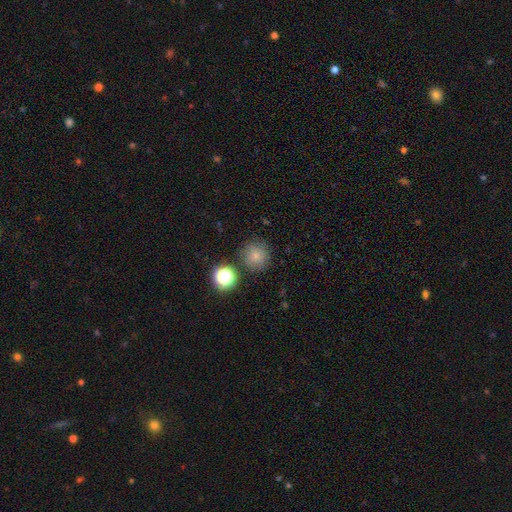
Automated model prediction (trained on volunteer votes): smooth_or_featured: smooth (p=0.76) [alt: star or artifact p=0.16]
how_rounded: round (p=0.94) [alt: in between p=0.05]
merging: none (p=0.81) [alt: minor disturbance p=0.10]